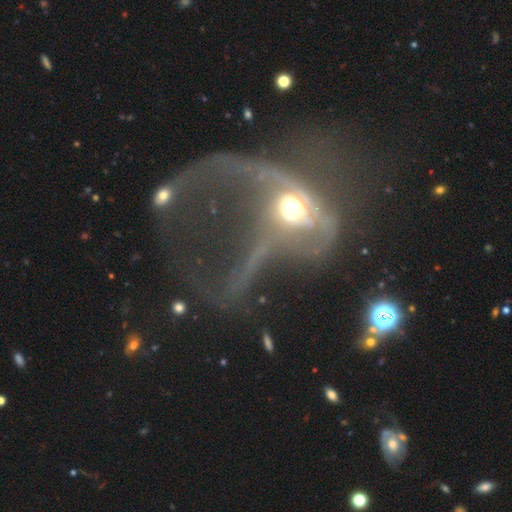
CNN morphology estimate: Q: Smooth or featured?
A: featured or disk (69%); runner-up: smooth (16%)
Q: Edge-on disk?
A: no (90%); runner-up: yes (10%)
Q: Bar?
A: no (64%); runner-up: weak (19%)
Q: Spiral arms?
A: no (57%); runner-up: yes (43%)
Q: Bulge size?
A: moderate (62%); runner-up: small (16%)
Q: Merging?
A: major disturbance (64%); runner-up: none (15%)